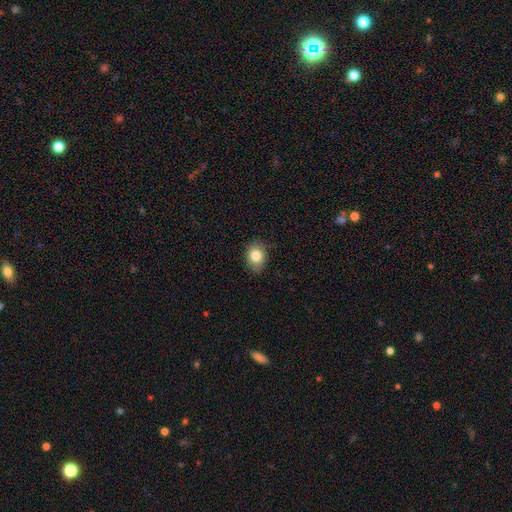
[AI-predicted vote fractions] A smooth galaxy with no disk features (81%) that is in between round and cigar-shaped (62%). Merging: none (81%).